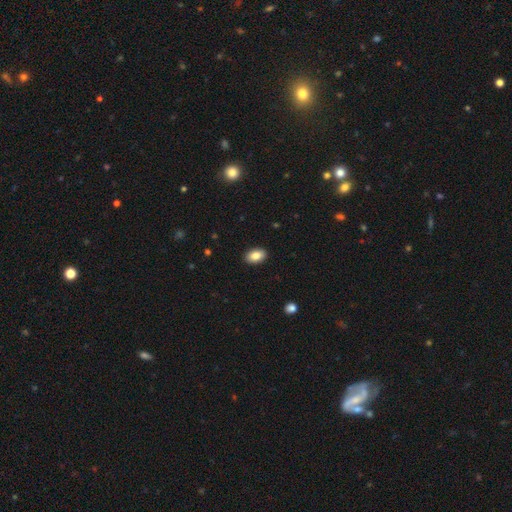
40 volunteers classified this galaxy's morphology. Smooth or featured: smooth — 85% (star or artifact — 10%)
How rounded: in between — 94% (round — 3%)
Merging: none — 94% (minor disturbance — 3%)